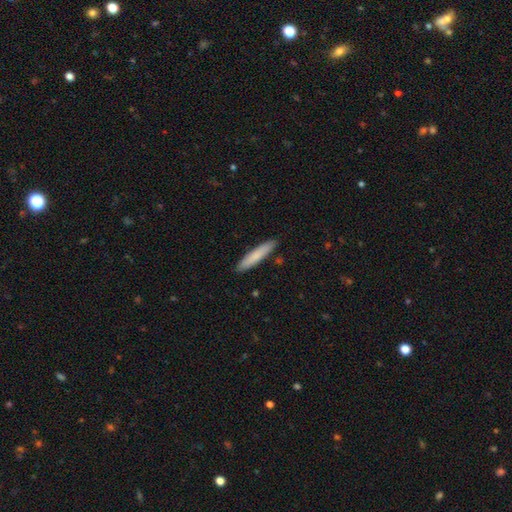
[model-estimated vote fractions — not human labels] This is likely a smooth galaxy (79%). How rounded: clearly cigar-shaped (92%). Merging: clearly none (89%).